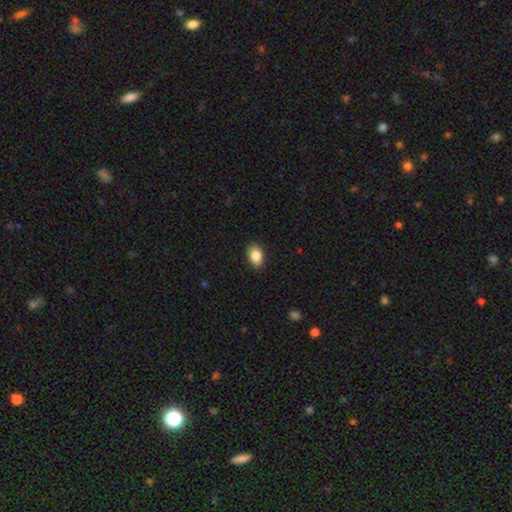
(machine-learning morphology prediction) smooth 87%, star or artifact 8%, featured or disk 6%. Down the decision tree: how rounded — in between (86%); merging — none (89%).